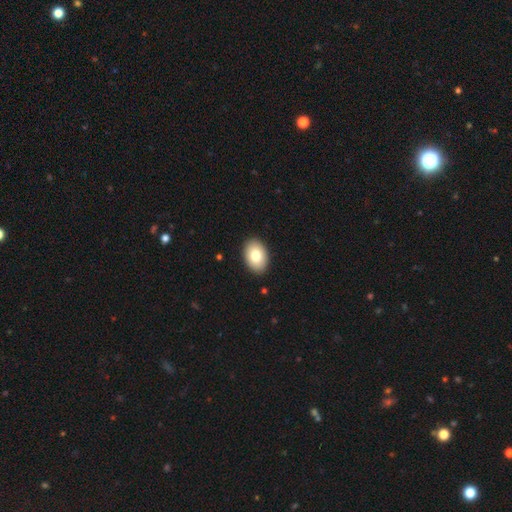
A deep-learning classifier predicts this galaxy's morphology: Smooth or featured? Predicted: smooth (p=0.81). How rounded? Predicted: in between (p=0.87). Merging? Predicted: none (p=0.90).